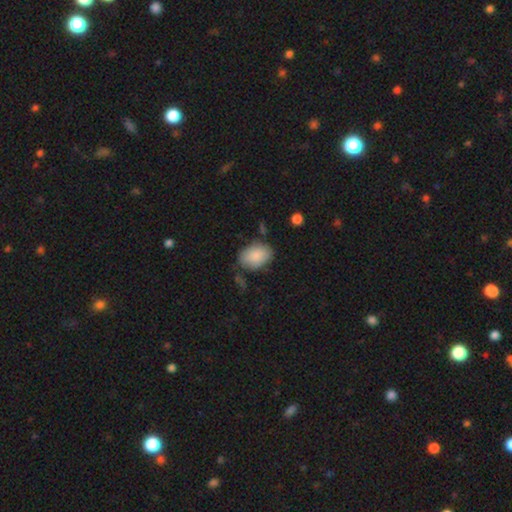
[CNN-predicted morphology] Smooth or featured?
  - smooth: 87% *
  - featured or disk: 7%
  - star or artifact: 6%
How rounded?
  - in between: 84% *
  - round: 15%
  - cigar-shaped: 1%
Merging?
  - none: 69% *
  - minor disturbance: 20%
  - major disturbance: 5%
  - merger: 5%